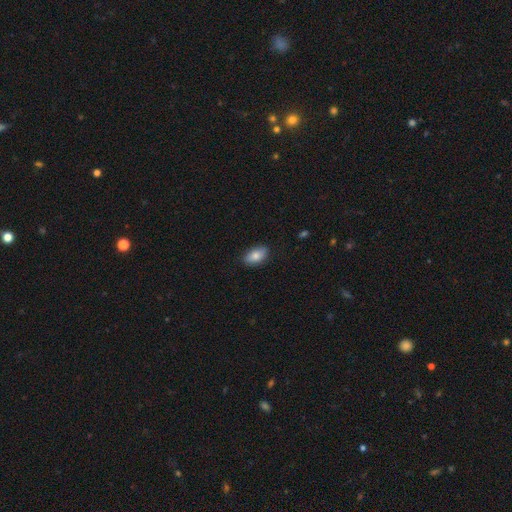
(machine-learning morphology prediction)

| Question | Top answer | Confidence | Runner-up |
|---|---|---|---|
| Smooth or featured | smooth | 81% | featured or disk (12%) |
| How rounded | in between | 92% | round (6%) |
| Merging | none | 84% | minor disturbance (13%) |